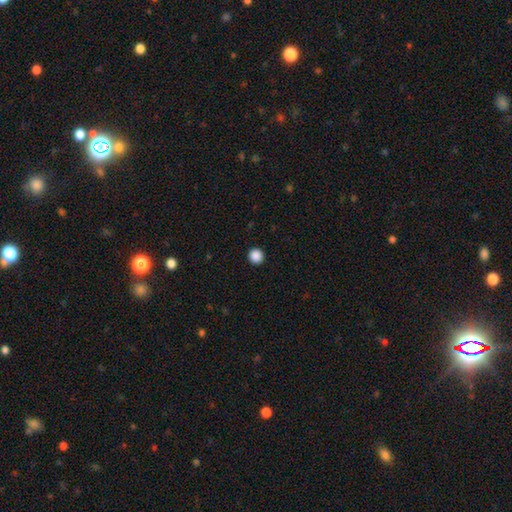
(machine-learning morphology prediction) Smooth or featured? smooth (88%)
How rounded? round (94%)
Merging? none (94%)